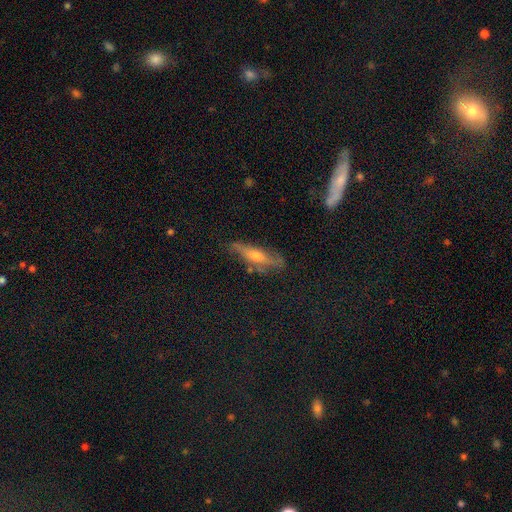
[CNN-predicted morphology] Smooth or featured? featured or disk (49%)
Merging? none (68%)